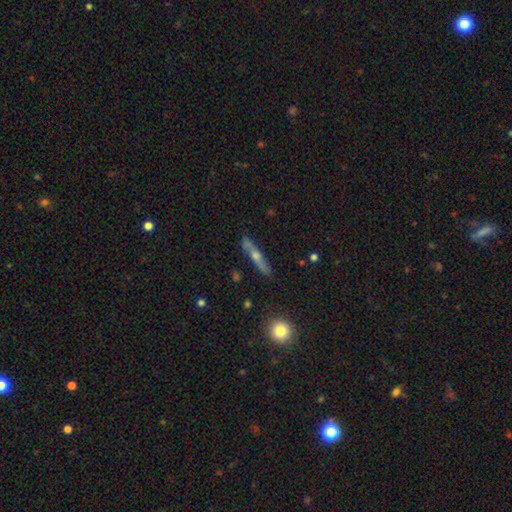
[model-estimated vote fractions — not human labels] The model was most divided on "smooth or featured": featured or disk: 60%, smooth: 32%, star or artifact: 9%. More confident: edge-on disk — yes (90%); edge-on bulge — rounded (85%); merging — none (78%).